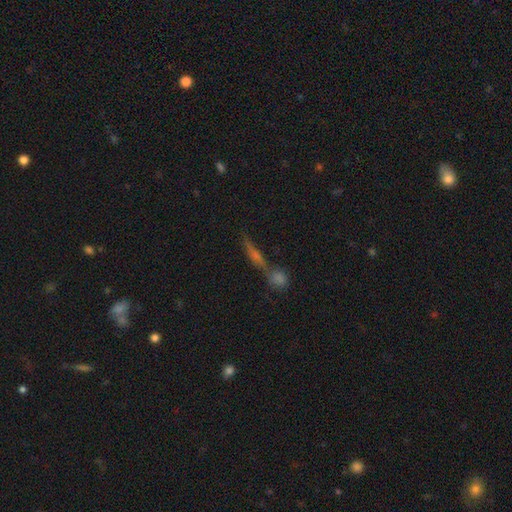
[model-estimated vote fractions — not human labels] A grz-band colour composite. It shows a featured or disk galaxy (41%). Merging: none (50%).